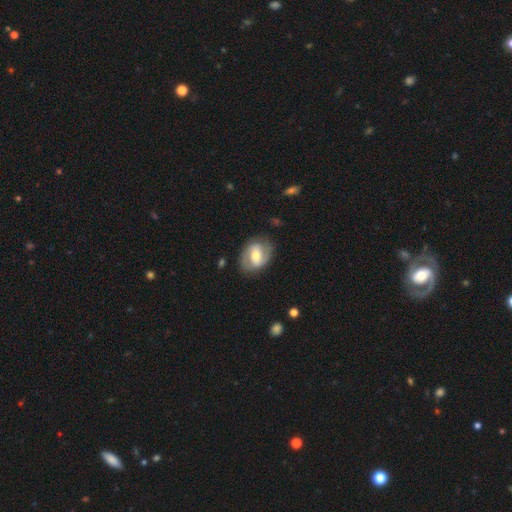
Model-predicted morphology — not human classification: This is likely a featured or disk galaxy (61%). It is clearly not viewed edge-on (95%). Bar: marginally weak (40%). Spiral arm pattern: likely yes (68%). Central bulge: likely moderate (63%). Merging: likely none (77%).